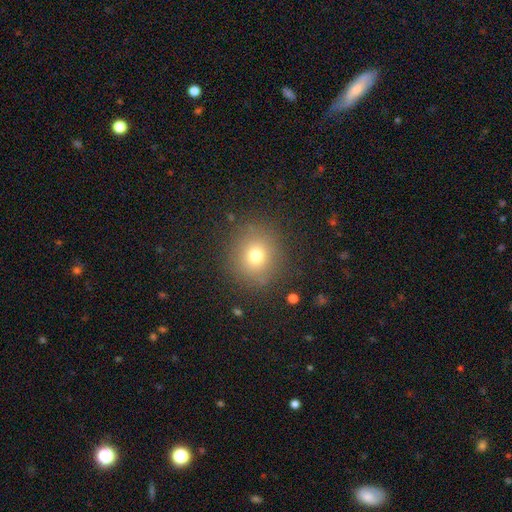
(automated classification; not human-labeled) Smooth or featured? smooth (73%)
How rounded? round (89%)
Merging? none (86%)